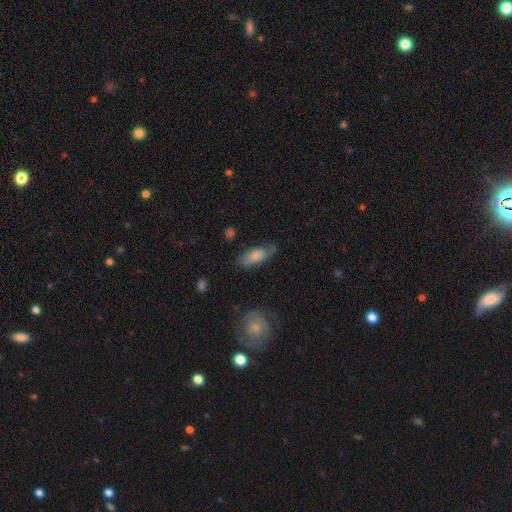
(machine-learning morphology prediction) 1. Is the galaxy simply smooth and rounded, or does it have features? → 73% smooth, 20% featured or disk, 7% star or artifact.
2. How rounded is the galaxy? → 80% in between, 17% cigar-shaped, 3% round.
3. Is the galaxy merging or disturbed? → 60% none, 28% minor disturbance, 9% major disturbance, 2% merger.